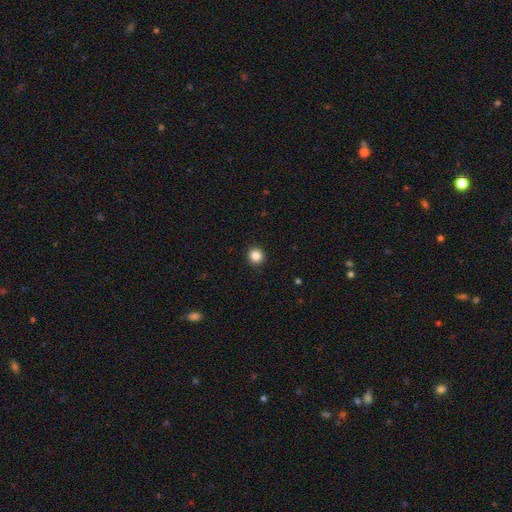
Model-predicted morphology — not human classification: Smooth or featured?
  - smooth: 86% *
  - star or artifact: 11%
  - featured or disk: 4%
How rounded?
  - round: 93% *
  - in between: 6%
  - cigar-shaped: 1%
Merging?
  - none: 93% *
  - minor disturbance: 4%
  - major disturbance: 2%
  - merger: 1%